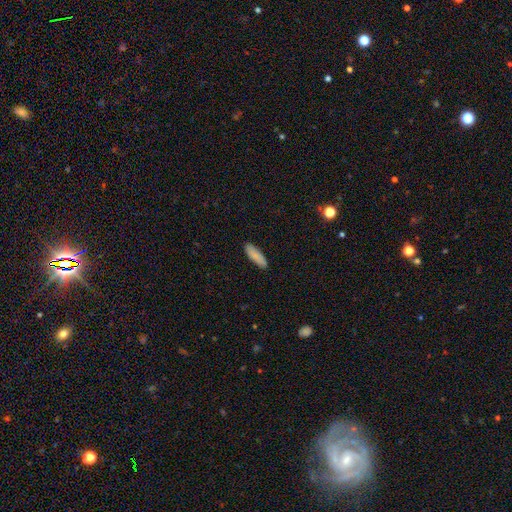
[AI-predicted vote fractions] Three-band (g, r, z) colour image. It shows a smooth galaxy with no disk features (86%) that is cigar-shaped (50%). Merging: none (88%).